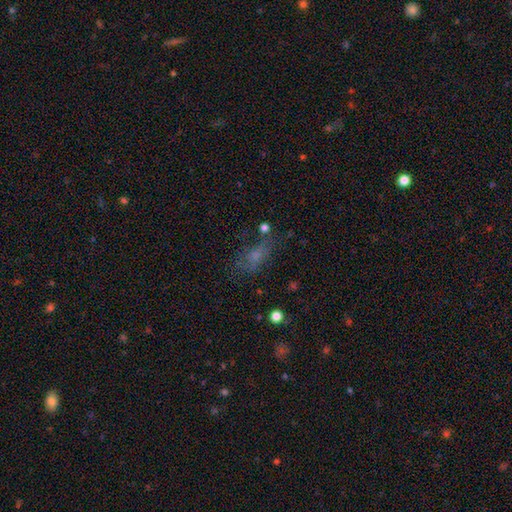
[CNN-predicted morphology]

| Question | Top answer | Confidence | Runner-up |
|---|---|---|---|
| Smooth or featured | smooth | 52% | featured or disk (25%) |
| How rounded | in between | 70% | cigar-shaped (18%) |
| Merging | none | 50% | minor disturbance (22%) |